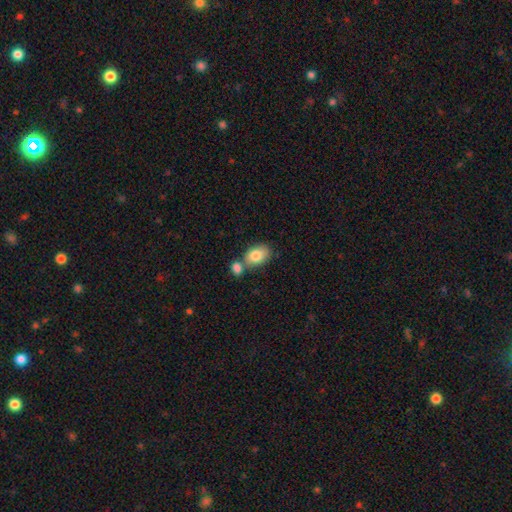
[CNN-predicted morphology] The model was most divided on "merging": none: 44%, merger: 39%, minor disturbance: 13%, major disturbance: 4%. More confident: how rounded — in between (84%); smooth or featured — smooth (82%).